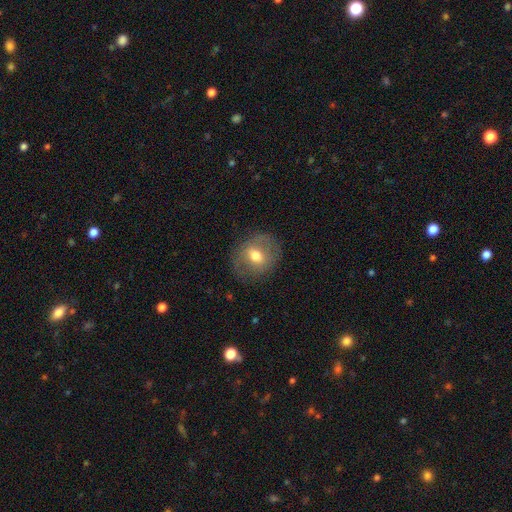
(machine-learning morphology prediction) smooth 55%, featured or disk 37%, star or artifact 8%. Down the decision tree: how rounded — round (65%); merging — none (78%).